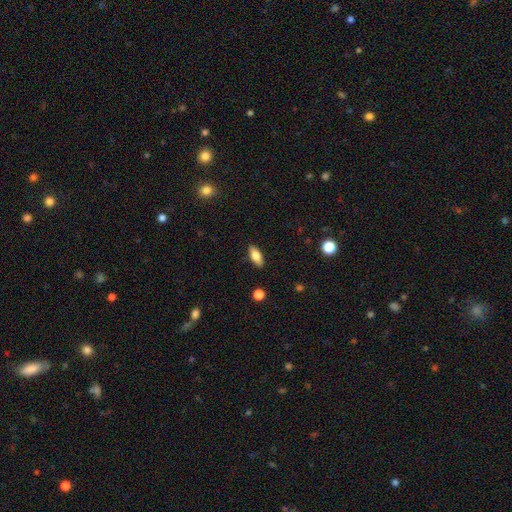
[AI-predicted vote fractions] Overall: smooth (73%). How rounded: in between (78%). Merging: none (88%).